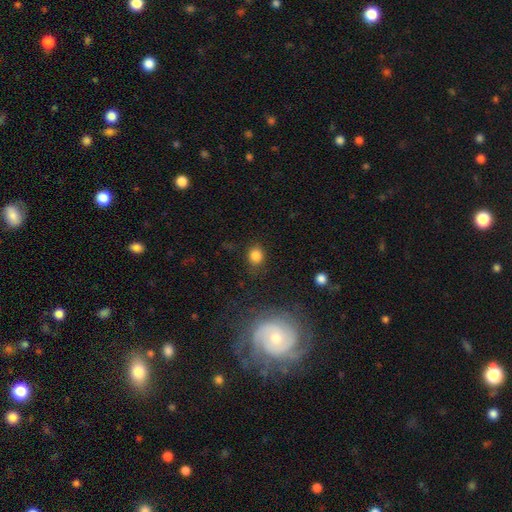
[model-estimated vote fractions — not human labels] smooth-or-featured: smooth: 83% | star or artifact: 12% | featured or disk: 5%
  how-rounded: round: 73% | in between: 26% | cigar-shaped: 1%
  merging: none: 82% | minor disturbance: 12% | major disturbance: 4% | merger: 2%